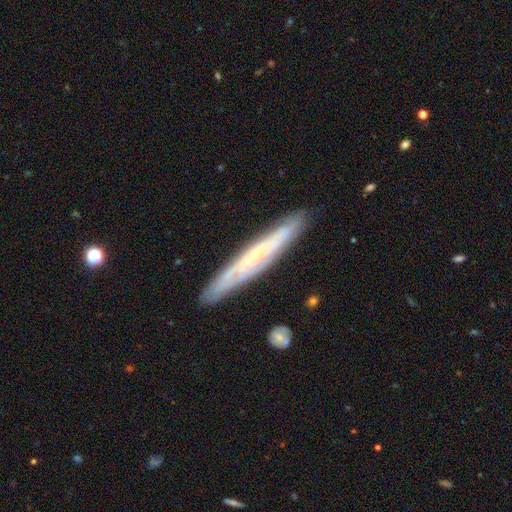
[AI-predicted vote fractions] This appears to be a featured or disk galaxy (65%) viewed edge-on (78%) with no central bulge (64%). Merging: none (86%).